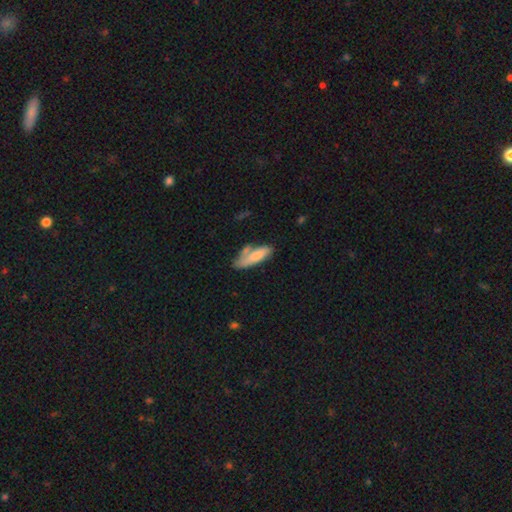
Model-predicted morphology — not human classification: Smooth or featured: smooth — 72% (featured or disk — 22%)
How rounded: in between — 55% (cigar-shaped — 43%)
Merging: none — 43% (minor disturbance — 25%)